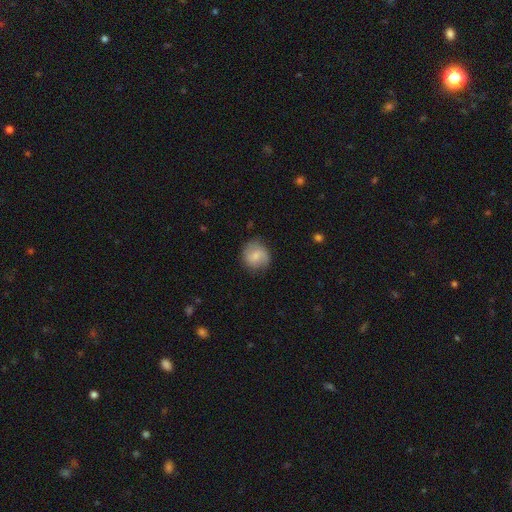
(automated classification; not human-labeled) Morphology: type=smooth (61%); roundness=round (87%); merging=none (77%).